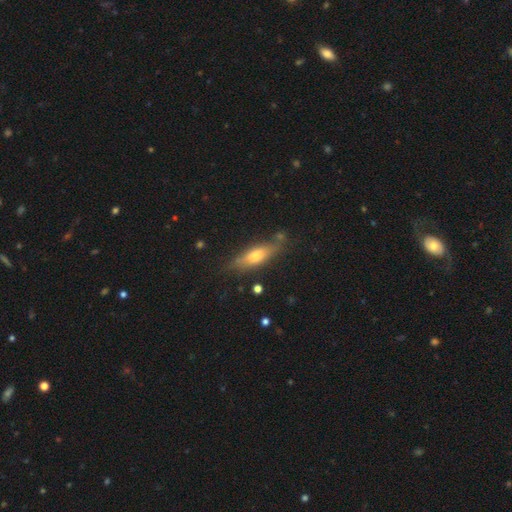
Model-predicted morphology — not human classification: Q: Smooth or featured?
A: smooth (53%); runner-up: featured or disk (40%)
Q: How rounded?
A: cigar-shaped (53%); runner-up: in between (44%)
Q: Merging?
A: none (76%); runner-up: minor disturbance (16%)